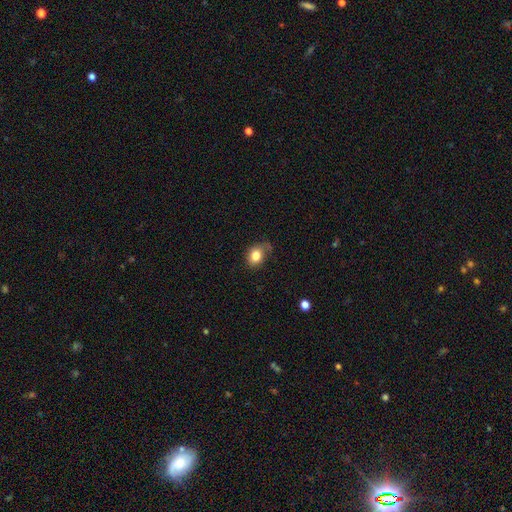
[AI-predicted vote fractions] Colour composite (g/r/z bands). It shows a smooth galaxy with no disk features (82%) that is round (54%). Merging: none (58%).